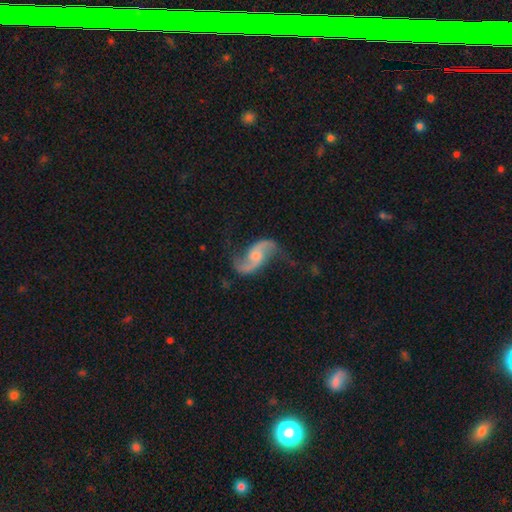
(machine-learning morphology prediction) A featured or disk galaxy (89%) with no bar (55%), 2 (94%) loose (75%) spiral arms (97%) and a small central bulge (41%).

Vote fractions:
- Smooth or featured? featured or disk: 89% / smooth: 7% / star or artifact: 5%
- Edge-on disk? no: 97% / yes: 3%
- Bar? no: 55% / weak: 35% / strong: 9%
- Spiral arms? yes: 97% / no: 3%
- Spiral winding? loose: 75% / medium: 20% / tight: 4%
- Spiral arm count? 2: 94% / 1: 2% / can't tell: 2% / 3: 1% / 4: 1% / more than 4: 1%
- Bulge size? small: 41% / moderate: 39% / none: 13% / large: 5% / dominant: 1%
- Merging? none: 72% / minor disturbance: 16% / major disturbance: 9% / merger: 2%